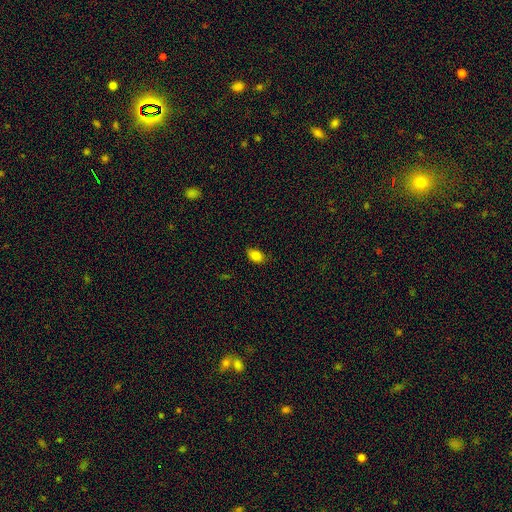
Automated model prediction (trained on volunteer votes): Q: Smooth or featured?
A: smooth (84%); runner-up: star or artifact (10%)
Q: How rounded?
A: in between (85%); runner-up: round (14%)
Q: Merging?
A: none (80%); runner-up: minor disturbance (16%)